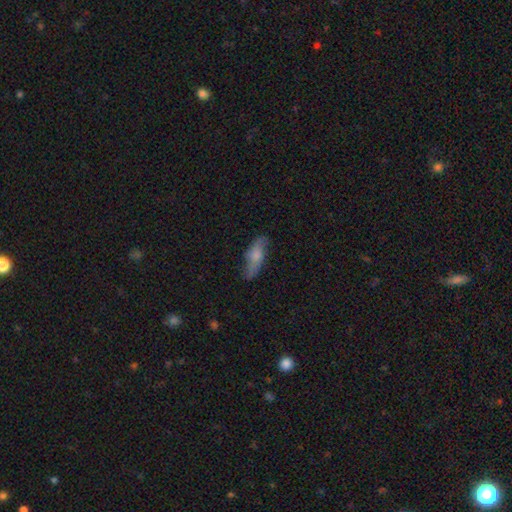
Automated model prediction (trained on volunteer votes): This appears to be a smooth galaxy with no disk features (59%) that is in between round and cigar-shaped (59%). Merging: none (68%).